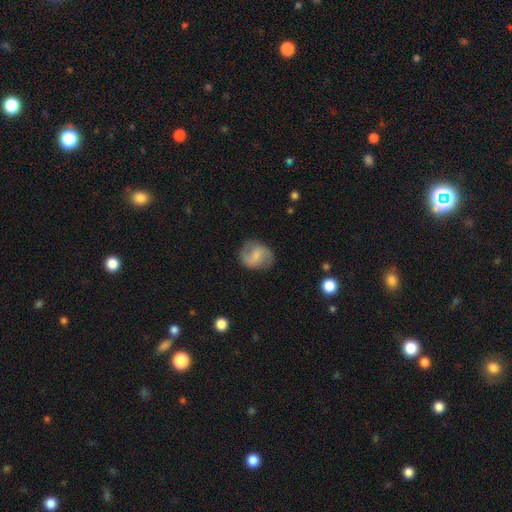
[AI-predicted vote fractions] Q: Smooth or featured?
A: featured or disk (64%); runner-up: smooth (29%)
Q: Edge-on disk?
A: no (98%); runner-up: yes (2%)
Q: Bar?
A: weak (54%); runner-up: no (29%)
Q: Spiral arms?
A: yes (91%); runner-up: no (9%)
Q: Spiral winding?
A: medium (46%); runner-up: loose (38%)
Q: Spiral arm count?
A: 2 (88%); runner-up: can't tell (6%)
Q: Bulge size?
A: small (47%); runner-up: moderate (28%)
Q: Merging?
A: none (78%); runner-up: minor disturbance (15%)